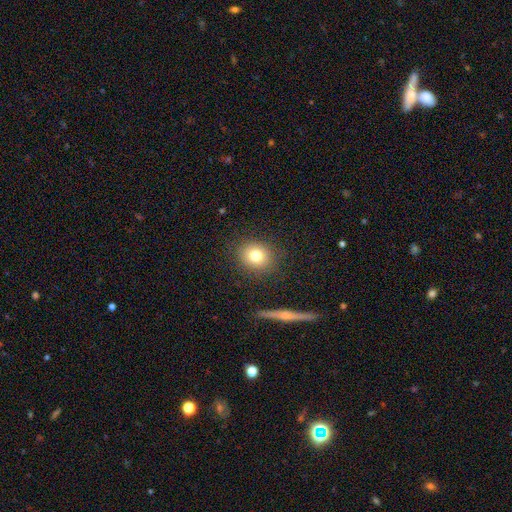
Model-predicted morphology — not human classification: Smooth or featured? smooth (77%)
How rounded? round (75%)
Merging? none (87%)